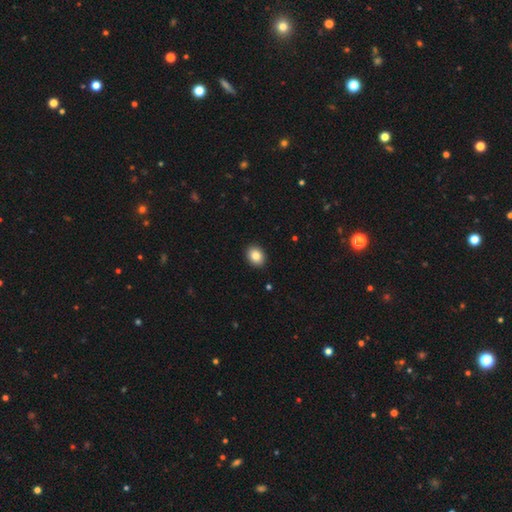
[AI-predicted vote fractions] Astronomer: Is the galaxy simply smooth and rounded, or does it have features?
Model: smooth — 85%.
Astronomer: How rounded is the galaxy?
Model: in between — 59% (runner-up: round, 40%).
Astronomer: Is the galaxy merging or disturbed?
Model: none — 91%.